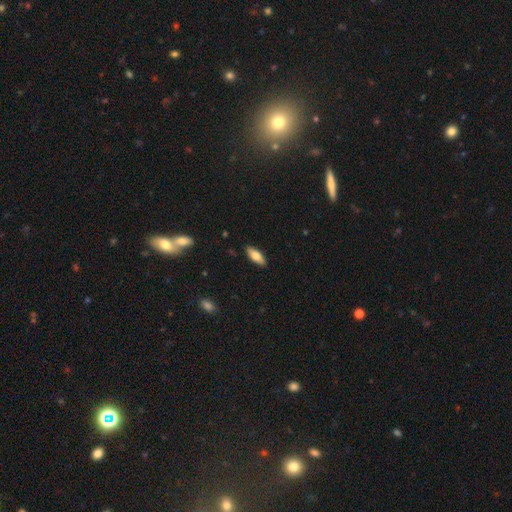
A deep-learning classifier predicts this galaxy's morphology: Smooth or featured? smooth (73%)
How rounded? in between (75%)
Merging? none (89%)